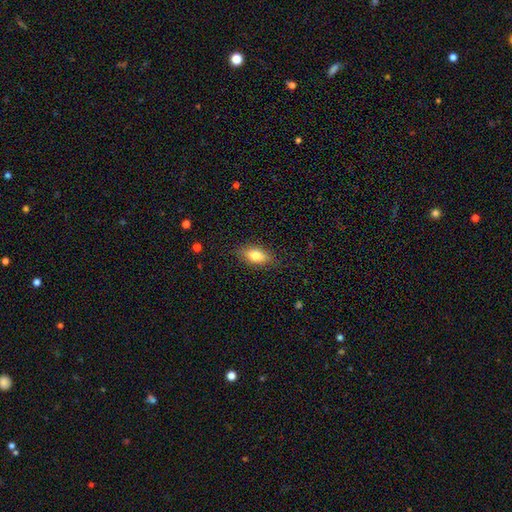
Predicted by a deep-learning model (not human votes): Q: Smooth or featured?
A: smooth (75%); runner-up: featured or disk (17%)
Q: How rounded?
A: in between (82%); runner-up: cigar-shaped (13%)
Q: Merging?
A: none (83%); runner-up: minor disturbance (13%)